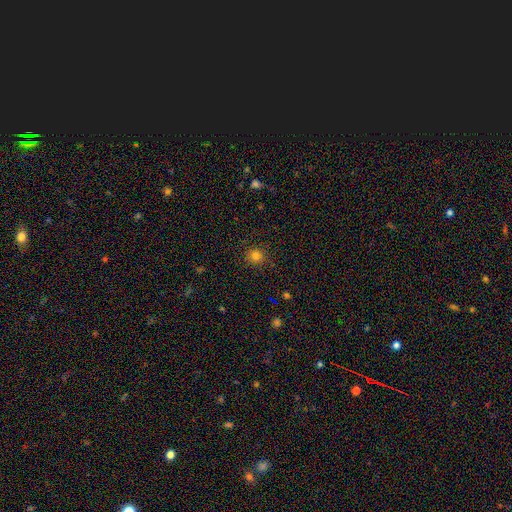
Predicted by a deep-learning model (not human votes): smooth-or-featured: smooth: 80% | star or artifact: 15% | featured or disk: 5%
  how-rounded: round: 92% | in between: 7% | cigar-shaped: 1%
  merging: none: 89% | minor disturbance: 7% | major disturbance: 2% | merger: 1%